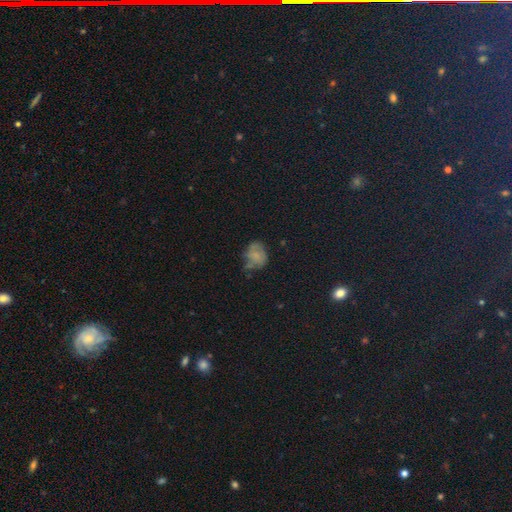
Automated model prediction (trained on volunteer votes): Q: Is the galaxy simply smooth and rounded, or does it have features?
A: smooth — 60%.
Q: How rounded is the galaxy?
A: round — 51%.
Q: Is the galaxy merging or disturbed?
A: none — 42%.